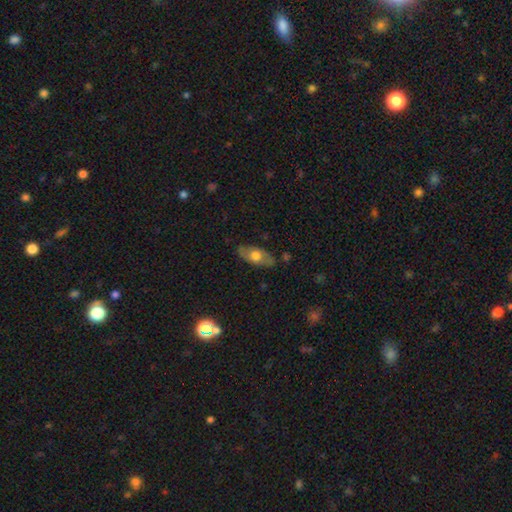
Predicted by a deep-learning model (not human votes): Smooth or featured? Predicted: smooth (p=0.54). How rounded? Predicted: in between (p=0.86). Merging? Predicted: none (p=0.80).